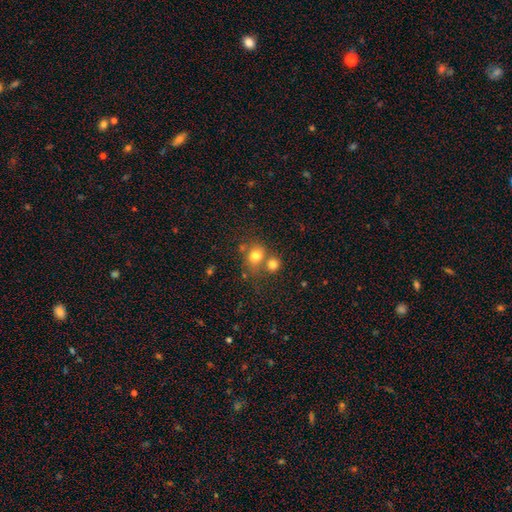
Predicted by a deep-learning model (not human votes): smooth_or_featured: smooth (p=0.75) [alt: star or artifact p=0.13]
how_rounded: round (p=0.72) [alt: in between p=0.27]
merging: none (p=0.49) [alt: merger p=0.36]